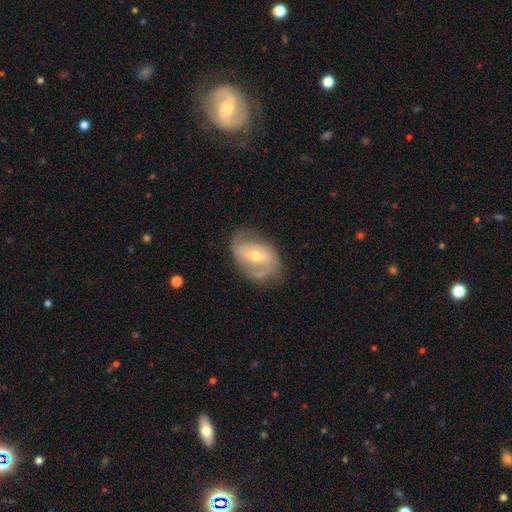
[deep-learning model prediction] Smooth or featured? featured or disk (74%)
Edge-on disk? no (96%)
Bar? weak (40%)
Spiral arms? yes (83%)
Spiral winding? medium (44%)
Spiral arm count? 2 (73%)
Bulge size? small (48%, tied with moderate)
Merging? none (64%)